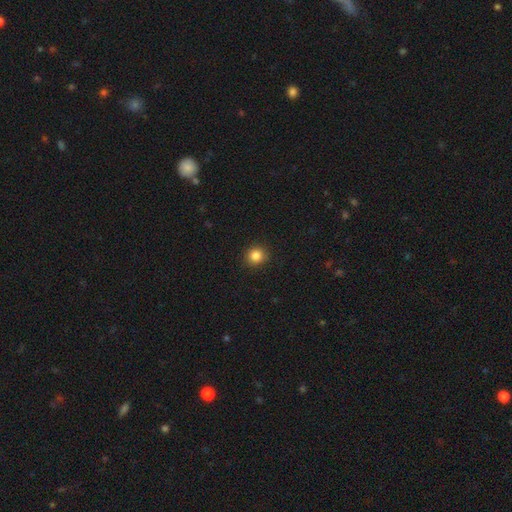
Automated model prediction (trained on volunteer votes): Morphology: type=smooth (85%); roundness=round (90%); merging=none (91%).